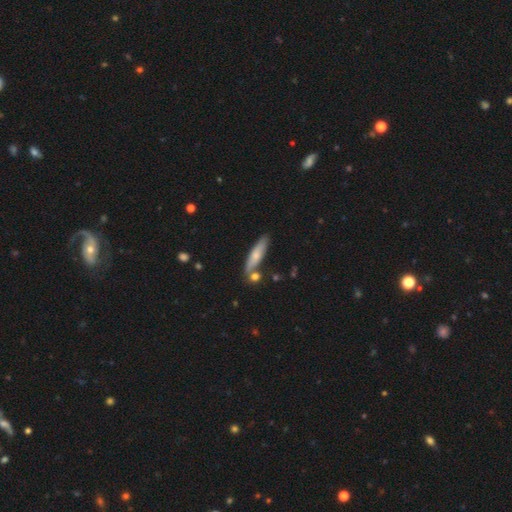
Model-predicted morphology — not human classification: smooth 65%, featured or disk 29%, star or artifact 6%. Down the decision tree: how rounded — cigar-shaped (78%); merging — none (75%).